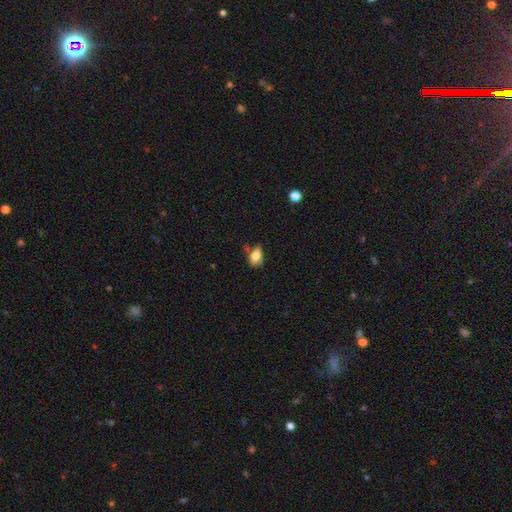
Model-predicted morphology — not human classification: Smooth or featured? smooth (76%)
How rounded? in between (83%)
Merging? none (50%)